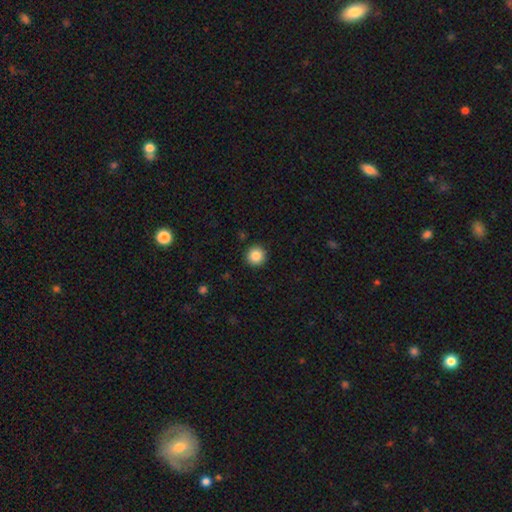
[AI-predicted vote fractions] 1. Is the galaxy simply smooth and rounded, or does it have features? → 86% smooth, 9% star or artifact, 4% featured or disk.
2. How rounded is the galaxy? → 95% round, 4% in between, 1% cigar-shaped.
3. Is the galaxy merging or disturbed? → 92% none, 5% minor disturbance, 2% major disturbance, 1% merger.